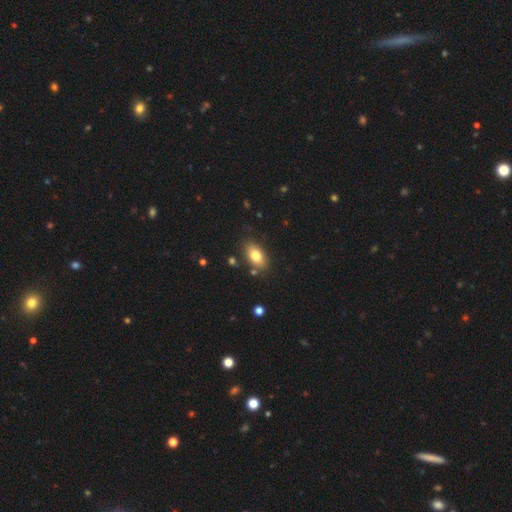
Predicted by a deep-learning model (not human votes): This appears to be a smooth galaxy with no disk features (79%) that is in between round and cigar-shaped (90%). Merging: none (82%).